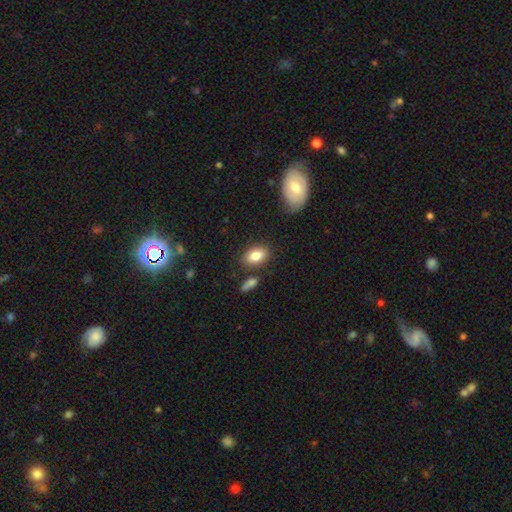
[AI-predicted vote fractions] smooth 83%, featured or disk 9%, star or artifact 8%. Down the decision tree: how rounded — in between (85%); merging — none (79%).